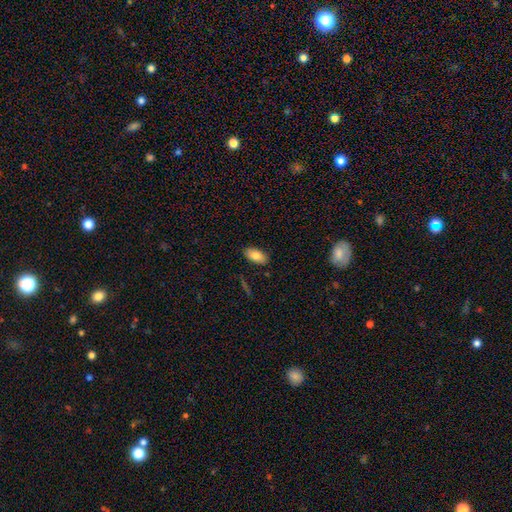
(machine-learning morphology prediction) type=smooth (82%); roundness=in between (93%); merging=none (86%).